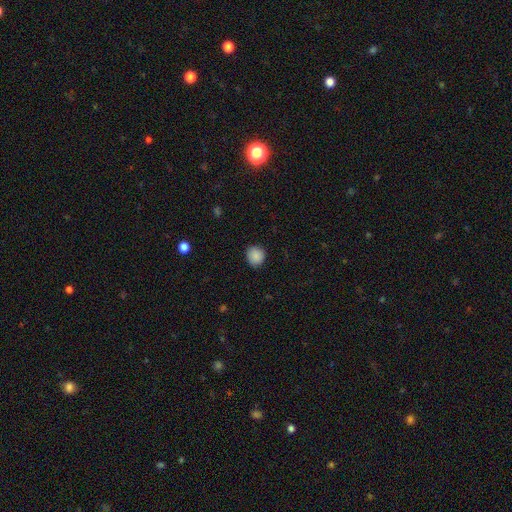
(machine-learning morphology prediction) A smooth galaxy with no disk features (88%) that is round (84%).

Vote fractions:
- Smooth or featured? smooth: 88% / star or artifact: 8% / featured or disk: 4%
- How rounded? round: 84% / in between: 15% / cigar-shaped: 1%
- Merging? none: 86% / minor disturbance: 10% / major disturbance: 2% / merger: 1%